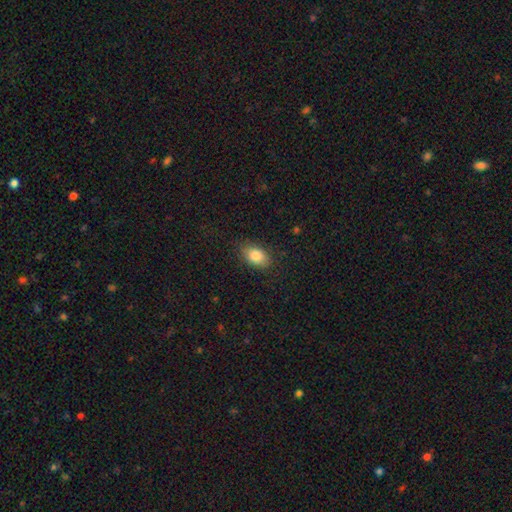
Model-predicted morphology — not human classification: Q: Smooth or featured?
A: smooth (85%); runner-up: star or artifact (8%)
Q: How rounded?
A: in between (86%); runner-up: round (12%)
Q: Merging?
A: none (82%); runner-up: minor disturbance (14%)